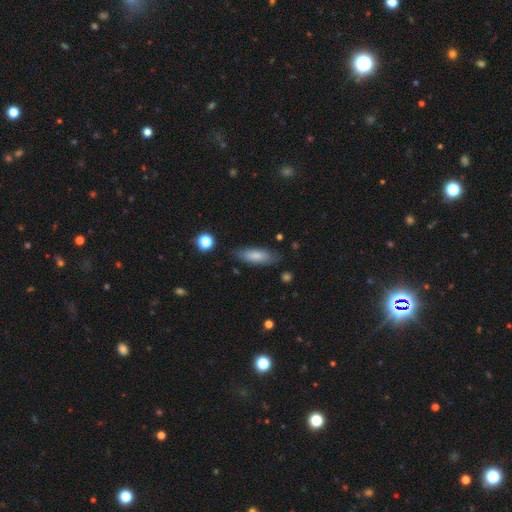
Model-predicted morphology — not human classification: Q: Smooth or featured?
A: smooth (79%); runner-up: featured or disk (14%)
Q: How rounded?
A: in between (63%); runner-up: cigar-shaped (35%)
Q: Merging?
A: none (80%); runner-up: minor disturbance (15%)